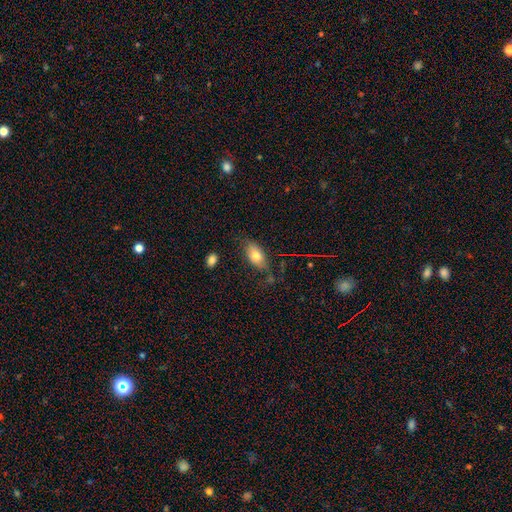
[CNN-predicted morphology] Smooth or featured? Predicted: smooth (p=0.75). How rounded? Predicted: in between (p=0.89). Merging? Predicted: none (p=0.68).